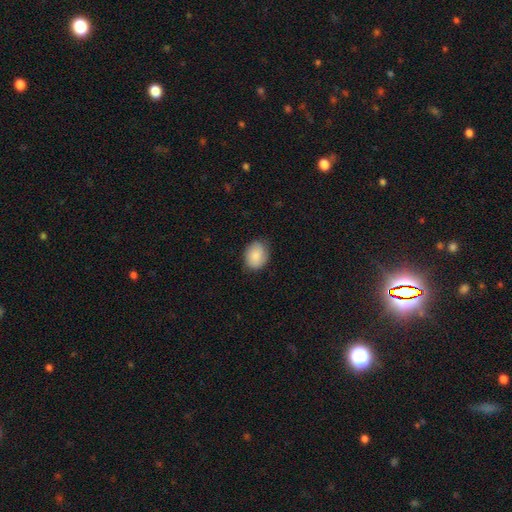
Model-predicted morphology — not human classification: Q: Smooth or featured?
A: smooth (87%); runner-up: star or artifact (7%)
Q: How rounded?
A: in between (58%); runner-up: round (41%)
Q: Merging?
A: none (81%); runner-up: minor disturbance (15%)